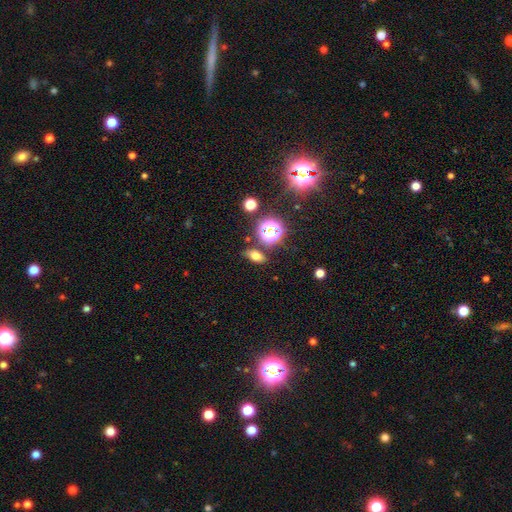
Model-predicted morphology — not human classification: type=smooth (64%); roundness=in between (77%); merging=none (81%).